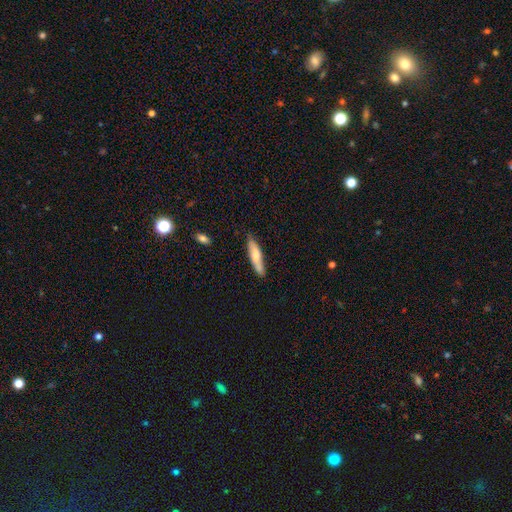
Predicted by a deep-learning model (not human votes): This appears to be a smooth galaxy with no disk features (65%) that is cigar-shaped (79%). Merging: none (75%).